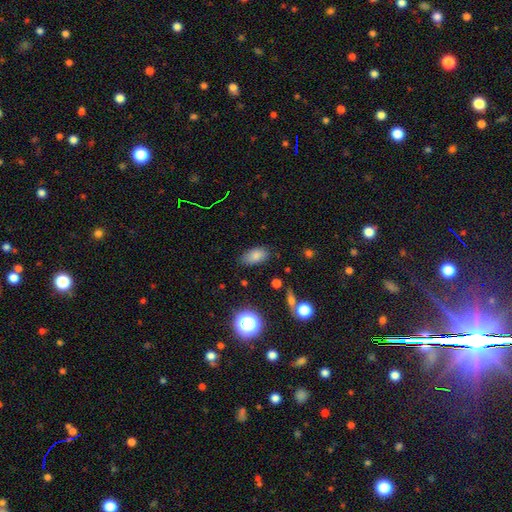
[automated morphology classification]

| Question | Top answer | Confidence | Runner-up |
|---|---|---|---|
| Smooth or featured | smooth | 80% | star or artifact (12%) |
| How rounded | in between | 91% | round (6%) |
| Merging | none | 78% | minor disturbance (16%) |